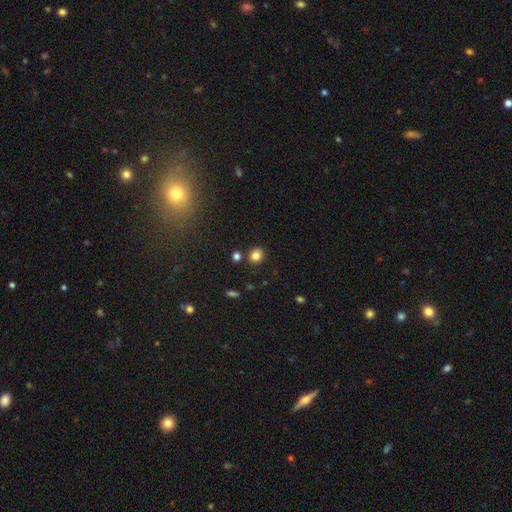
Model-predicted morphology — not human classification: smooth_or_featured: smooth (p=0.82) [alt: star or artifact p=0.12]
how_rounded: round (p=0.70) [alt: in between p=0.29]
merging: none (p=0.82) [alt: minor disturbance p=0.09]